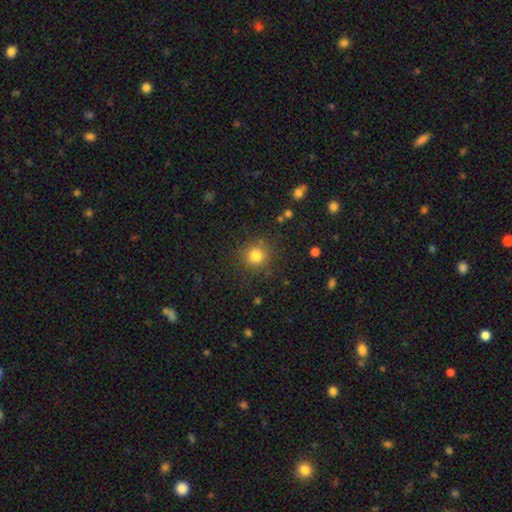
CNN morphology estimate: Smooth or featured?
  - smooth: 82% *
  - star or artifact: 12%
  - featured or disk: 6%
How rounded?
  - round: 91% *
  - in between: 8%
  - cigar-shaped: 1%
Merging?
  - none: 84% *
  - minor disturbance: 9%
  - major disturbance: 4%
  - merger: 3%